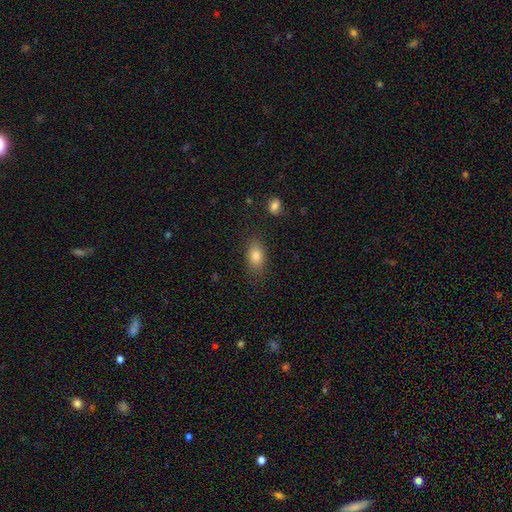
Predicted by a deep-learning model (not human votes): A smooth galaxy with no disk features (82%) that is in between round and cigar-shaped (84%). Merging: none (83%).